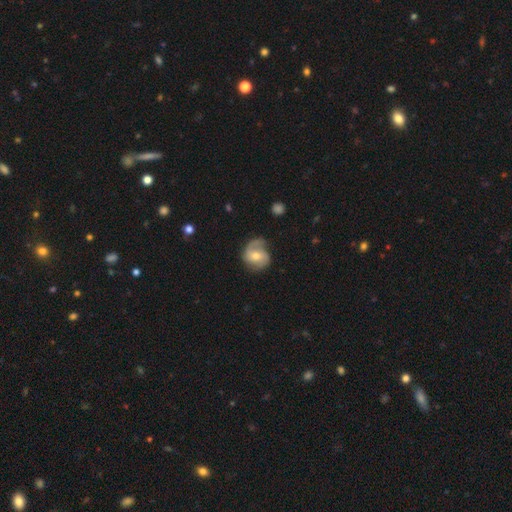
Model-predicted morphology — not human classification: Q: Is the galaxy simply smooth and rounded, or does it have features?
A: featured or disk — 69%.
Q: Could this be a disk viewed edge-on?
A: no — 97%.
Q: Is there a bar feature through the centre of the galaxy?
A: no — 49%.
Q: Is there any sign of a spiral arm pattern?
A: yes — 91%.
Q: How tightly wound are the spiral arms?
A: medium — 44%.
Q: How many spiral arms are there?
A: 2 — 66%.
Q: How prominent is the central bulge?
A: moderate — 57%.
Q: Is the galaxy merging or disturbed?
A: none — 60%.